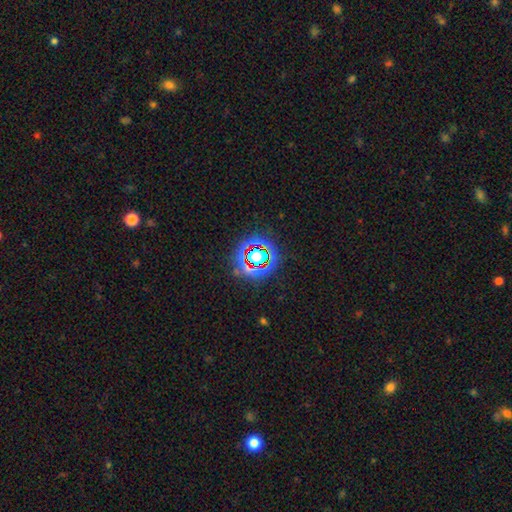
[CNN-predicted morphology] type=star or artifact (64%).